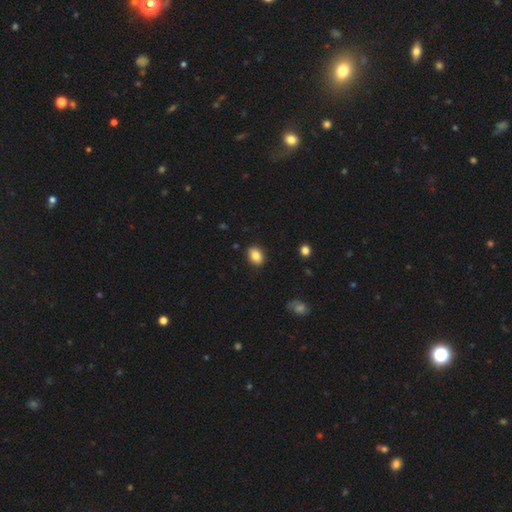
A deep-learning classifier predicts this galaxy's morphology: This appears to be a smooth galaxy with no disk features (84%) that is in between round and cigar-shaped (69%). Merging: none (87%).